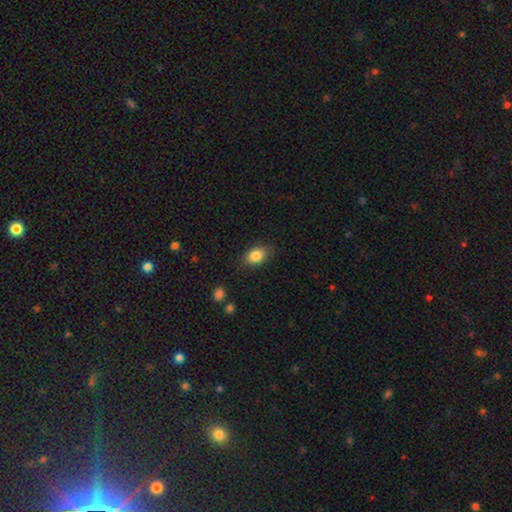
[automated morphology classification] Q: Smooth or featured?
A: smooth (84%); runner-up: star or artifact (8%)
Q: How rounded?
A: in between (80%); runner-up: round (18%)
Q: Merging?
A: none (83%); runner-up: minor disturbance (13%)